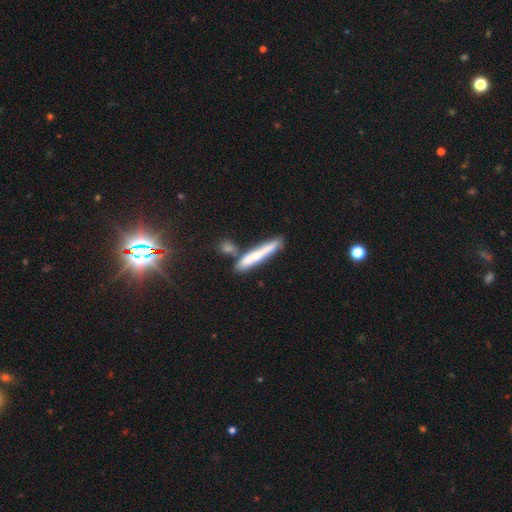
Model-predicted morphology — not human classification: Smooth or featured? Predicted: smooth (p=0.48). Merging? Predicted: none (p=0.64).